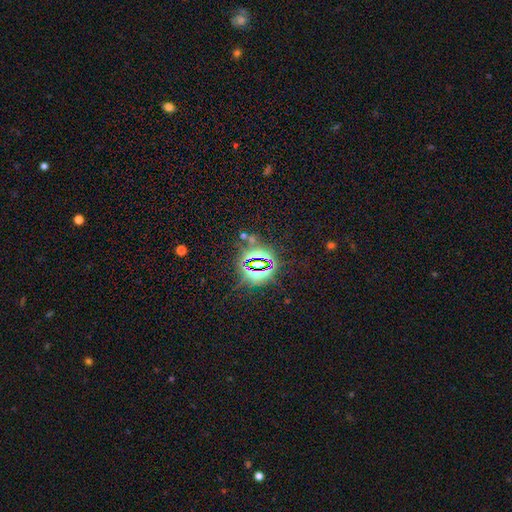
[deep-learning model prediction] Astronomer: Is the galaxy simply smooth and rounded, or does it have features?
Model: star or artifact — 82%.